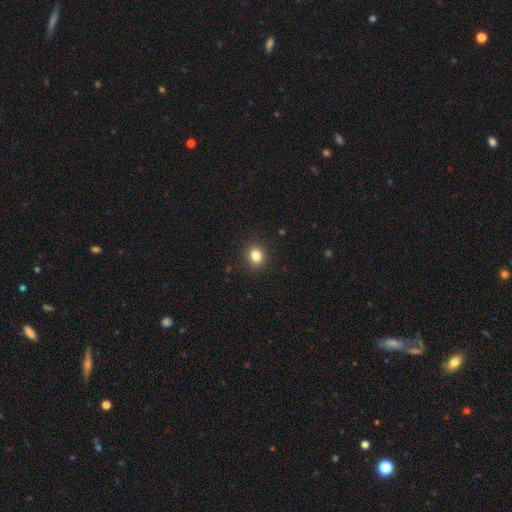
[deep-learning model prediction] A smooth galaxy with no disk features (83%) that is round (71%).

Vote fractions:
- Smooth or featured? smooth: 83% / star or artifact: 11% / featured or disk: 5%
- How rounded? round: 71% / in between: 28% / cigar-shaped: 1%
- Merging? none: 91% / minor disturbance: 6% / major disturbance: 2% / merger: 1%